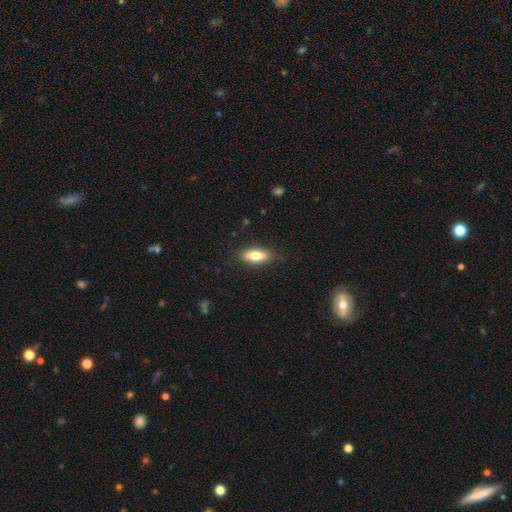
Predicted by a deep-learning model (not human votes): Smooth or featured? Predicted: smooth (p=0.76). How rounded? Predicted: in between (p=0.74). Merging? Predicted: none (p=0.86).